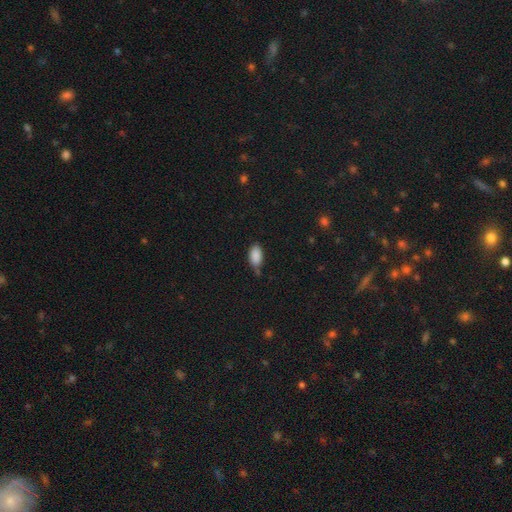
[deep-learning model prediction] Smooth or featured?
  - smooth: 89% *
  - star or artifact: 8%
  - featured or disk: 4%
How rounded?
  - in between: 93% *
  - round: 4%
  - cigar-shaped: 3%
Merging?
  - none: 66% *
  - minor disturbance: 25%
  - major disturbance: 4%
  - merger: 4%